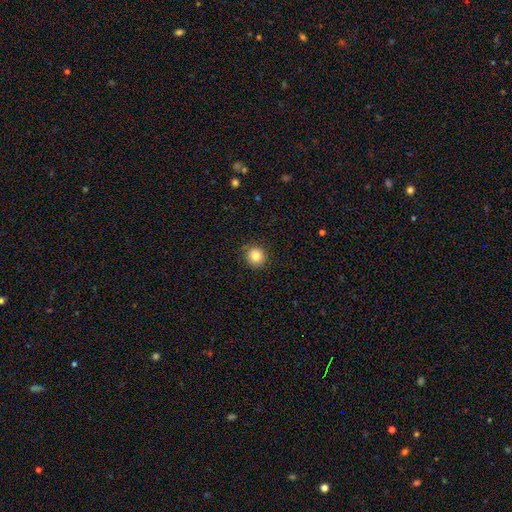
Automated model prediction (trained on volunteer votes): This is clearly a smooth galaxy (84%). How rounded: clearly round (93%). Merging: clearly none (87%).